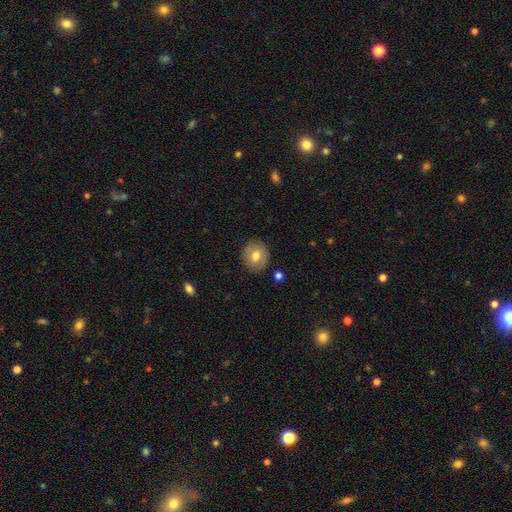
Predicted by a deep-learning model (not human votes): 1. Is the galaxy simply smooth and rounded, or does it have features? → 71% smooth, 21% featured or disk, 8% star or artifact.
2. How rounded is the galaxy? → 76% round, 23% in between, 1% cigar-shaped.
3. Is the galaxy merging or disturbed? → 87% none, 9% minor disturbance, 2% major disturbance, 1% merger.